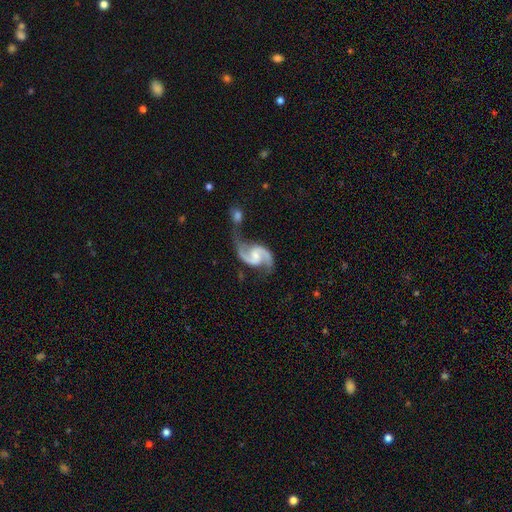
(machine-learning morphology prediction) Smooth or featured?
  - featured or disk: 93% *
  - star or artifact: 4%
  - smooth: 3%
Edge-on disk?
  - no: 98% *
  - yes: 2%
Bar?
  - weak: 48% *
  - no: 38%
  - strong: 14%
Spiral arms?
  - yes: 98% *
  - no: 2%
Spiral winding?
  - medium: 47% *
  - loose: 44%
  - tight: 9%
Spiral arm count?
  - 2: 94% *
  - 1: 1%
  - can't tell: 1%
  - 3: 1%
  - 4: 1%
  - more than 4: 1%
Bulge size?
  - small: 47% *
  - moderate: 34%
  - none: 15%
  - large: 3%
  - dominant: 1%
Merging?
  - none: 42% *
  - merger: 33%
  - minor disturbance: 15%
  - major disturbance: 10%